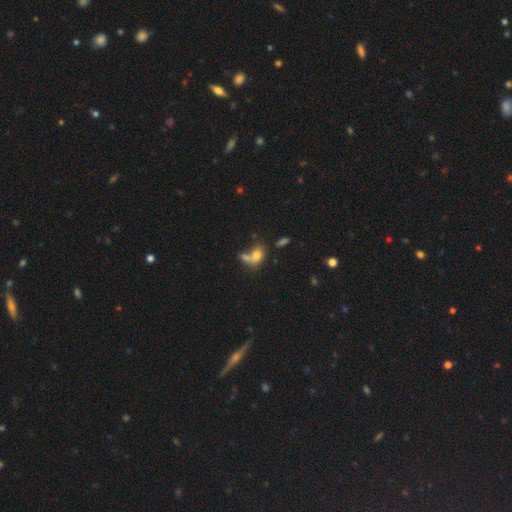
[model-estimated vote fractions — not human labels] Smooth or featured?
  - smooth: 74% *
  - featured or disk: 15%
  - star or artifact: 11%
How rounded?
  - in between: 73% *
  - round: 24%
  - cigar-shaped: 3%
Merging?
  - merger: 51% *
  - none: 31%
  - minor disturbance: 11%
  - major disturbance: 7%